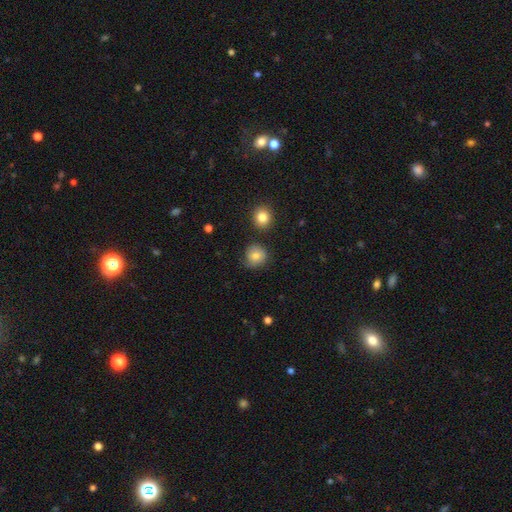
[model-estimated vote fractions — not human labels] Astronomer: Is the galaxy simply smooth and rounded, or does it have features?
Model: smooth — 77%.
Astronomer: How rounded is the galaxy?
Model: round — 86%.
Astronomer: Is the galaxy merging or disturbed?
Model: none — 71%.